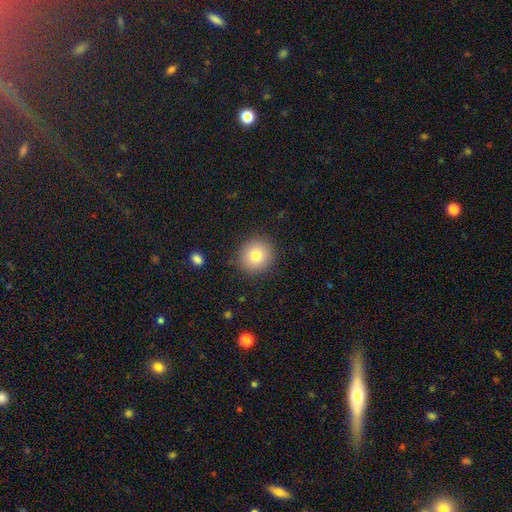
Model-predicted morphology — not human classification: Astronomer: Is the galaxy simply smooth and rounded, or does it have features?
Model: smooth — 79%.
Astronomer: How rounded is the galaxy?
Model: round — 92%.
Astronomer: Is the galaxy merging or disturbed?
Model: none — 89%.